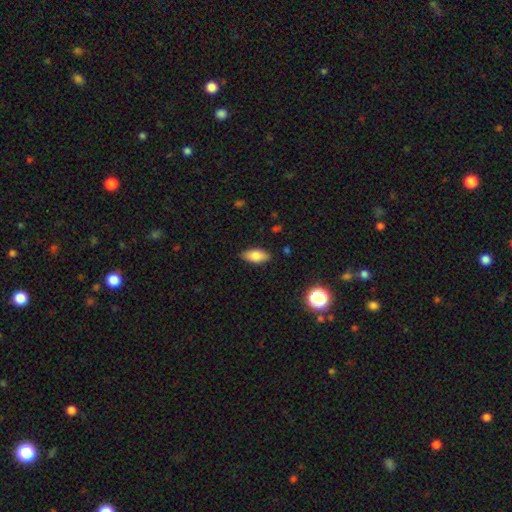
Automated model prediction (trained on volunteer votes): This appears to be a smooth galaxy with no disk features (81%) that is in between round and cigar-shaped (87%). Merging: none (86%).